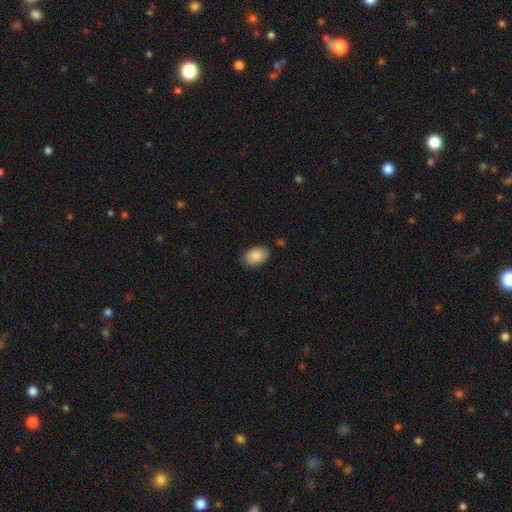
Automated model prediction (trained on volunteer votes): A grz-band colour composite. It shows a smooth galaxy with no disk features (87%) that is in between round and cigar-shaped (89%). Merging: none (84%).